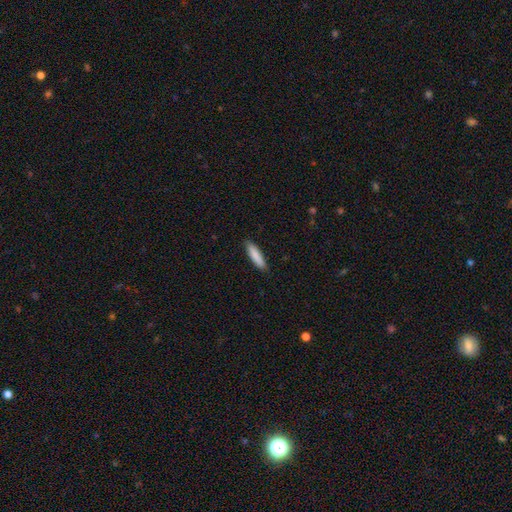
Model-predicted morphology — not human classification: smooth 87%, featured or disk 8%, star or artifact 5%. Down the decision tree: how rounded — cigar-shaped (75%); merging — none (89%).